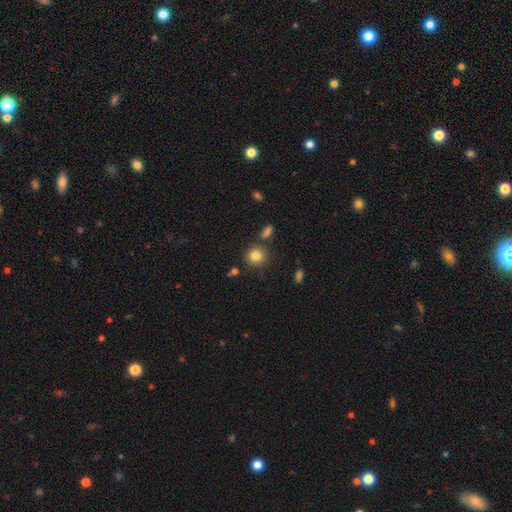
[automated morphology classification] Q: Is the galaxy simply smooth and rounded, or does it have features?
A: smooth — 83%.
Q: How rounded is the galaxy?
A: round — 88%.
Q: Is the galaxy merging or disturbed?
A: none — 81%.